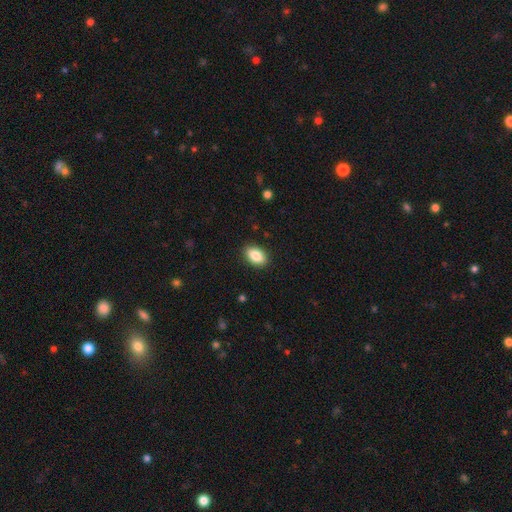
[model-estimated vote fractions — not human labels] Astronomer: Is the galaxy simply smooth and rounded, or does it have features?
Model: smooth — 86%.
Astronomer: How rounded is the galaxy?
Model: in between — 89%.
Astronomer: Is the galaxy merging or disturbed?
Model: none — 89%.